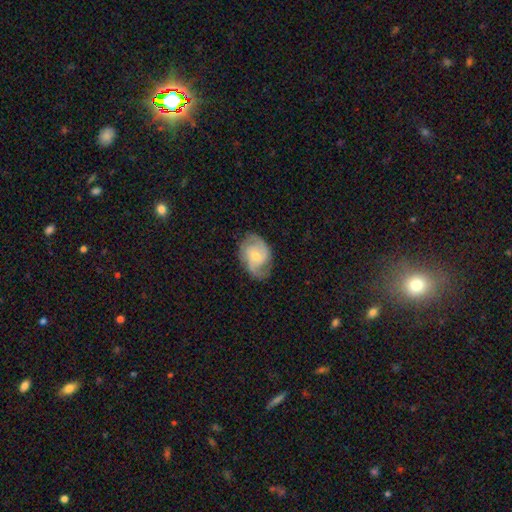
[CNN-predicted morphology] This is likely a featured or disk galaxy (76%). It is clearly not viewed edge-on (97%). Bar: likely no (62%). Spiral arm pattern: clearly yes (93%). Spiral arm count: likely 2 (66%). Spiral winding: possibly medium (47%). Central bulge: possibly small (55%). Merging: likely none (71%).